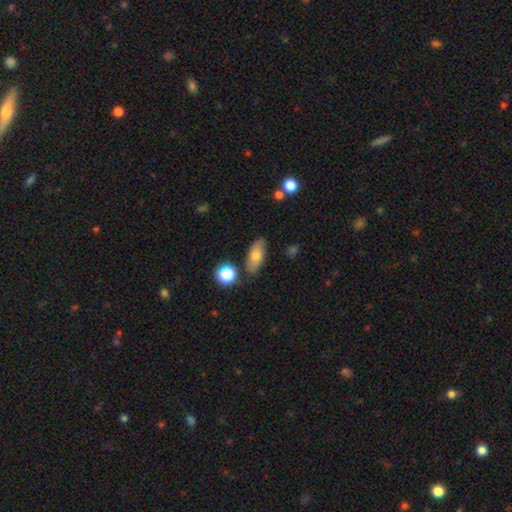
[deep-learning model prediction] This is likely a smooth galaxy (69%). How rounded: clearly in between (81%). Merging: likely none (77%).